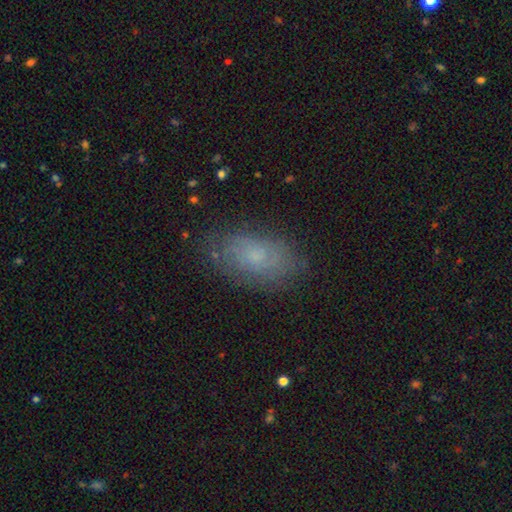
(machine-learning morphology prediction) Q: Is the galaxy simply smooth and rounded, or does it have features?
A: smooth — 62%.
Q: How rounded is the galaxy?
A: in between — 90%.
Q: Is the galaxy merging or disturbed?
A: none — 76%.